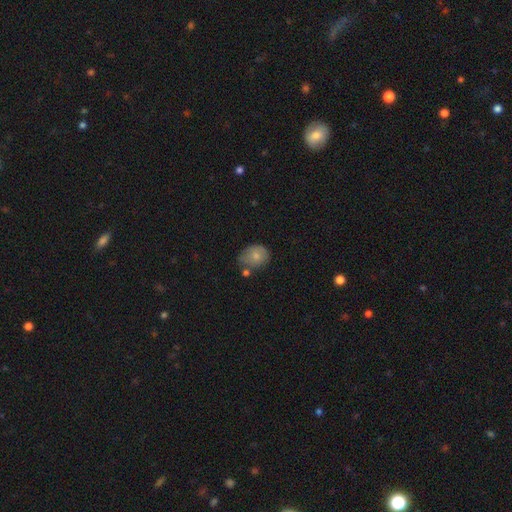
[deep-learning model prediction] smooth 74%, featured or disk 18%, star or artifact 8%. Down the decision tree: how rounded — in between (50%); merging — none (53%).